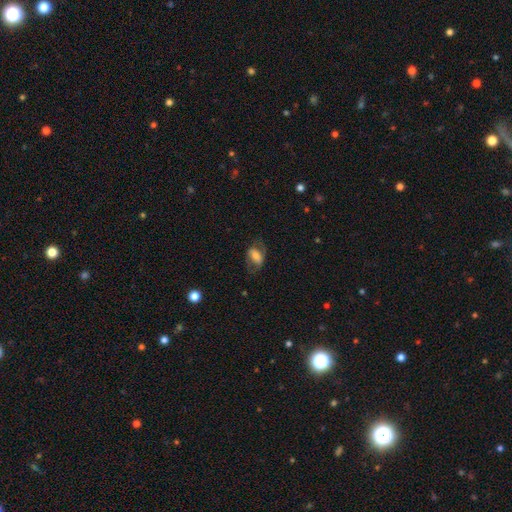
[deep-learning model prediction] smooth_or_featured: featured or disk (p=0.46) [tied with: smooth p=0.46]
merging: none (p=0.62) [alt: minor disturbance p=0.20]